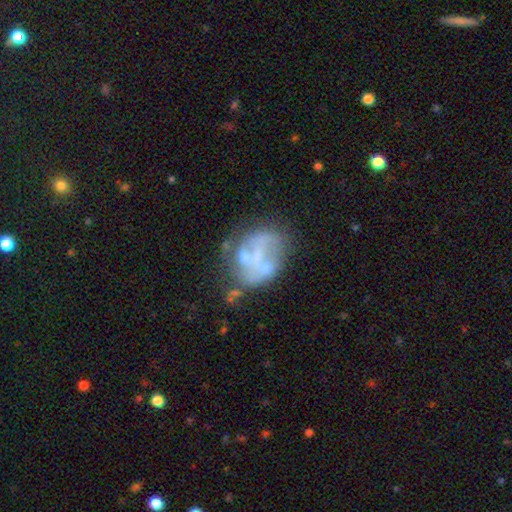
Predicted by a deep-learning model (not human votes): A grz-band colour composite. It shows a featured or disk galaxy (63%) with no bar (80%), no spiral arms (81%) and no central bulge (46%). Merging: none (36%).